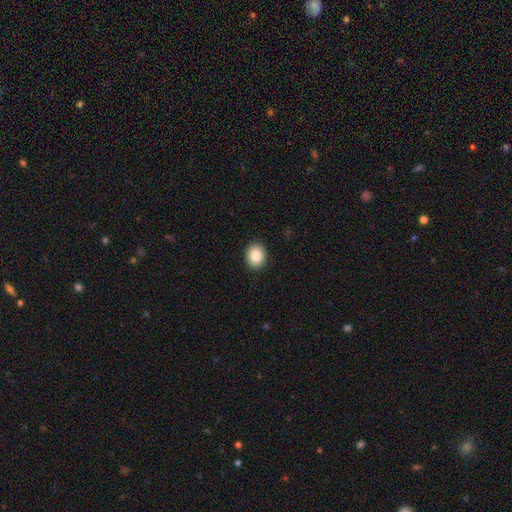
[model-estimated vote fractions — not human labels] smooth 87%, star or artifact 8%, featured or disk 5%. Down the decision tree: how rounded — round (50%); merging — none (91%).